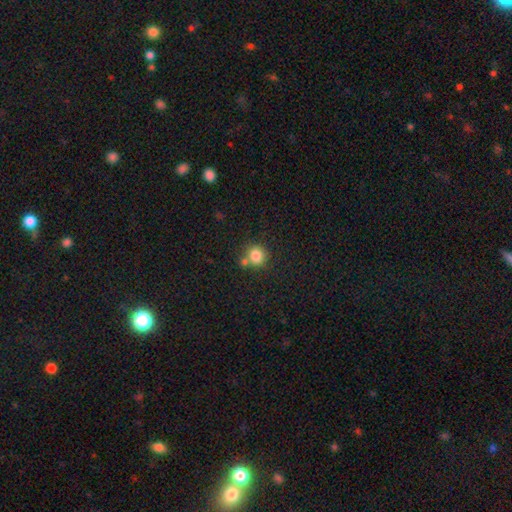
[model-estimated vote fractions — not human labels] Morphology: type=smooth (83%); roundness=round (87%); merging=none (63%).